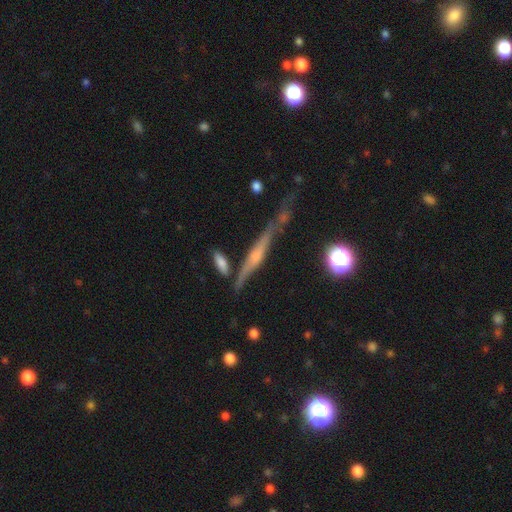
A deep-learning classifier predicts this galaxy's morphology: smooth-or-featured: featured or disk: 69% | smooth: 21% | star or artifact: 10%
  disk-edge-on: yes: 94% | no: 6%
    edge-on-bulge: rounded: 61% | none: 20% | boxy: 20%
  merging: none: 64% | minor disturbance: 20% | merger: 9% | major disturbance: 7%